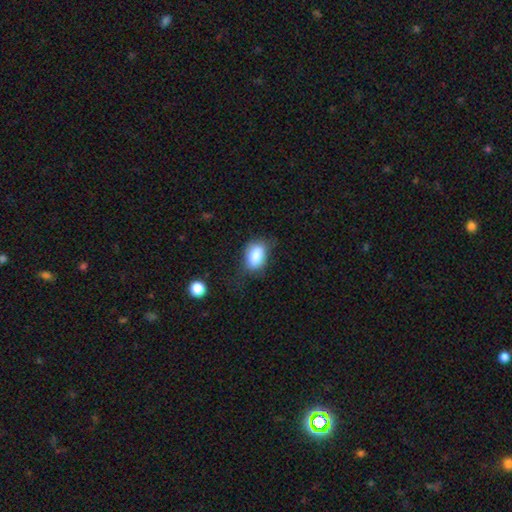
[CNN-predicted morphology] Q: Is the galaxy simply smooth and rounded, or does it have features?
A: smooth — 84%.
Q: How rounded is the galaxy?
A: in between — 87%.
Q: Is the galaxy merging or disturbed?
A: none — 59%.